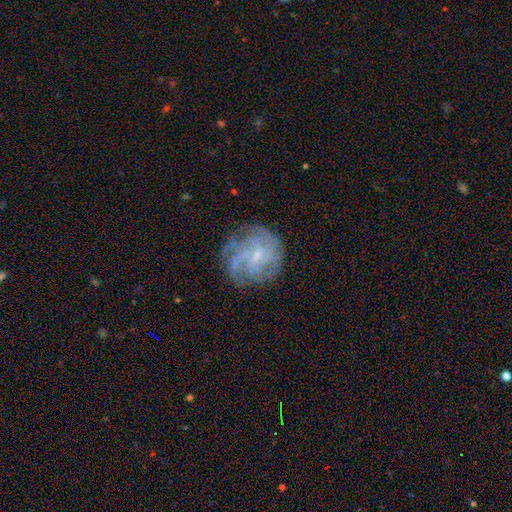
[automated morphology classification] featured or disk 80%, smooth 11%, star or artifact 9%. Down the decision tree: edge-on disk — no (98%); bar — no (49%); spiral arms — yes (94%); spiral arm count — can't tell (34%); spiral winding — tight (62%); bulge size — small (75%); merging — none (76%).